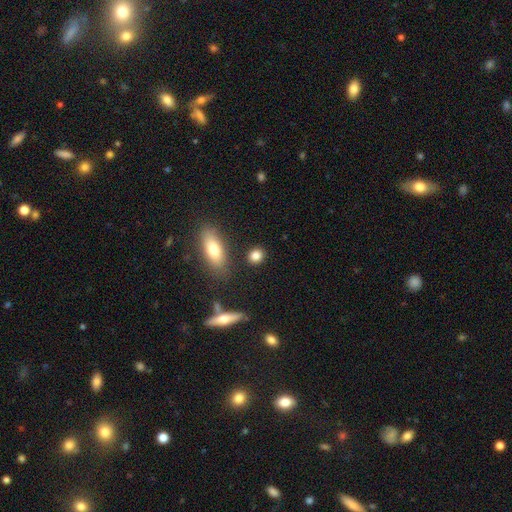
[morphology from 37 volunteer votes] Smooth or featured? 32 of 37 (86%) said smooth. How rounded? 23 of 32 (72%) said round. Merging? 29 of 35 (83%) said none.